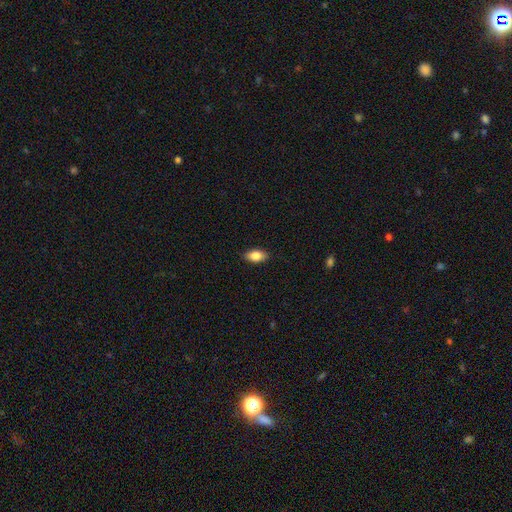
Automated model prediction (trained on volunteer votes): Q: Smooth or featured?
A: smooth (85%); runner-up: featured or disk (8%)
Q: How rounded?
A: in between (91%); runner-up: round (5%)
Q: Merging?
A: none (88%); runner-up: minor disturbance (9%)